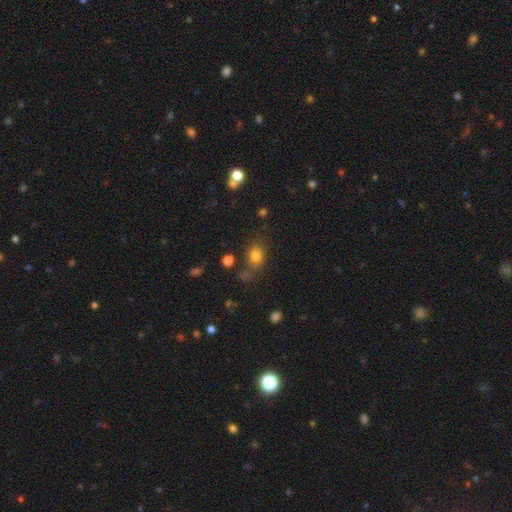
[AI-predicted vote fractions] smooth-or-featured: smooth: 79% | star or artifact: 13% | featured or disk: 7%
  how-rounded: round: 50% | in between: 49% | cigar-shaped: 1%
  merging: none: 72% | minor disturbance: 15% | merger: 7% | major disturbance: 6%